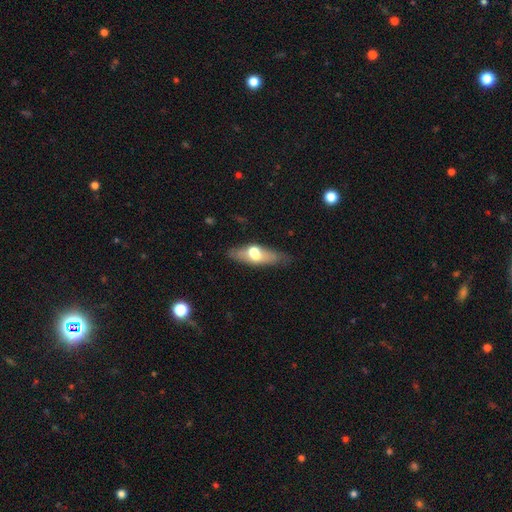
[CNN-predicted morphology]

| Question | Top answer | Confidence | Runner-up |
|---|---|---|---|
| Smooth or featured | smooth | 48% | featured or disk (45%) |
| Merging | none | 72% | minor disturbance (17%) |